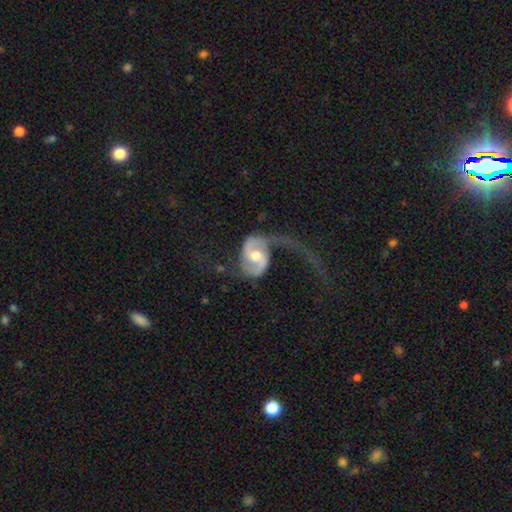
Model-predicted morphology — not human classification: The model was most divided on "bar": weak: 42%, no: 39%, strong: 19%. Remaining: edge-on disk — no (97%); spiral arms — yes (94%); smooth or featured — featured or disk (86%); spiral arm count — 2 (83%); bulge size — moderate (75%); spiral winding — loose (63%); merging — major disturbance (50%).